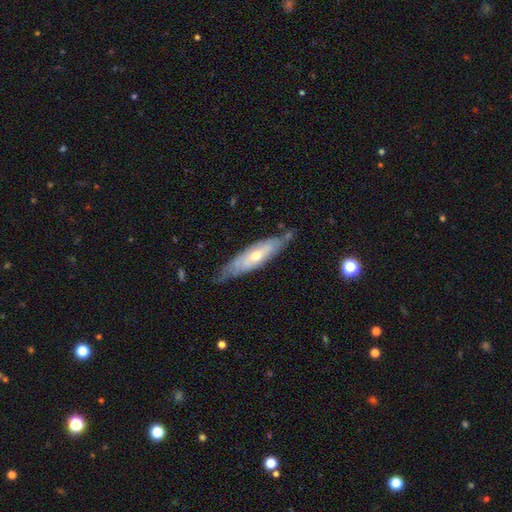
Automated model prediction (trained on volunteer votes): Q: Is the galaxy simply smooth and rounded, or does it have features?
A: featured or disk — 62%.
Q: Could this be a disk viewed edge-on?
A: no — 56%.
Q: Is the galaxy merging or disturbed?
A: none — 66%.